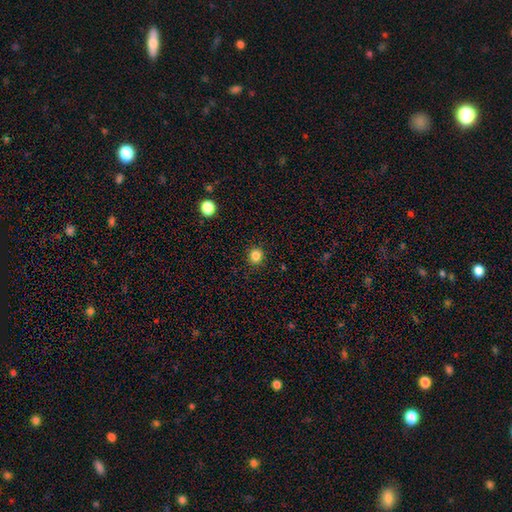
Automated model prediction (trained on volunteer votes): Morphology: type=smooth (84%); roundness=round (86%); merging=none (91%).